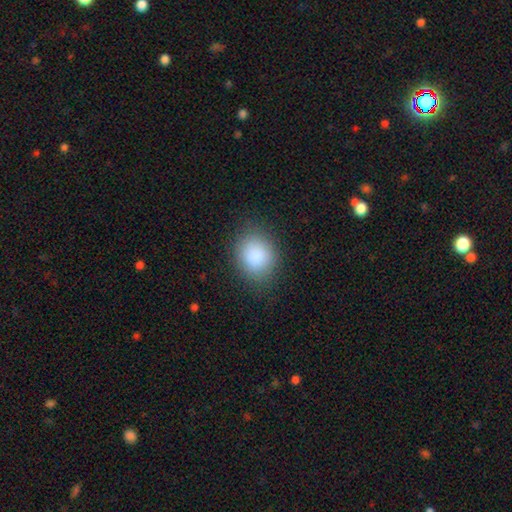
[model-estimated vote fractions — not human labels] A smooth galaxy with no disk features (86%) that is round (64%). Merging: none (83%).